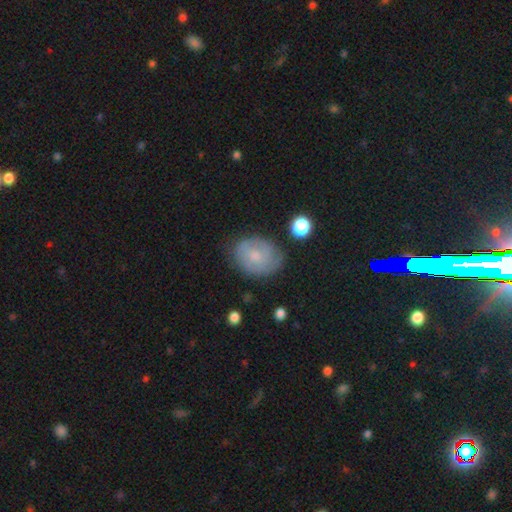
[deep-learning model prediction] Smooth or featured: smooth — 49% (featured or disk — 43%)
Merging: none — 68% (minor disturbance — 23%)